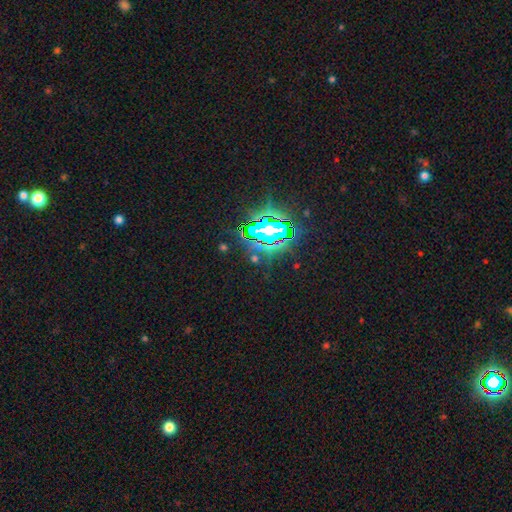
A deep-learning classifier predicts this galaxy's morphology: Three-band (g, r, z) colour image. It shows a star or artifact, not a galaxy (81%).